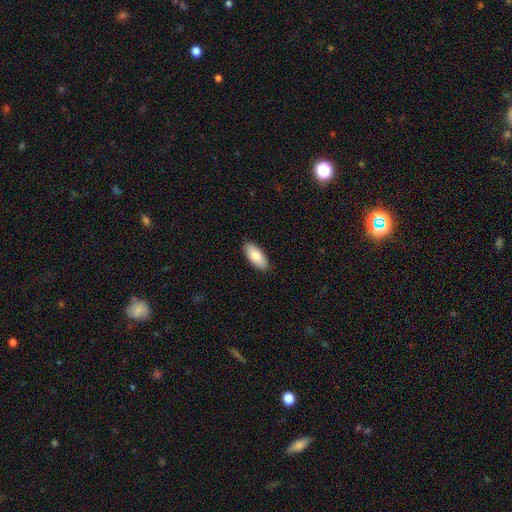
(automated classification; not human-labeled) This appears to be a smooth galaxy with no disk features (80%) that is in between round and cigar-shaped (86%). Merging: none (89%).